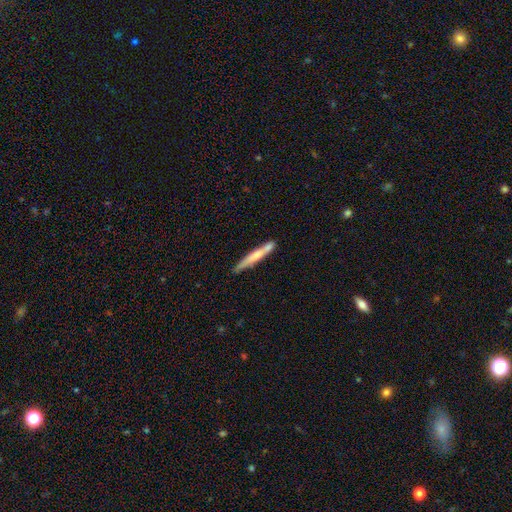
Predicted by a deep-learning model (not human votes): Smooth or featured? smooth (60%)
How rounded? cigar-shaped (95%)
Merging? none (65%)